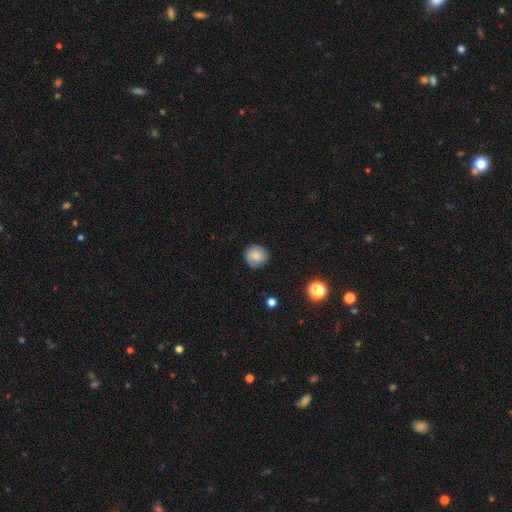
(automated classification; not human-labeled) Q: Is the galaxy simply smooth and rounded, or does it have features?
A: smooth — 66%.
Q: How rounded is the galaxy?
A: round — 89%.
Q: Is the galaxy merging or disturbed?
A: none — 82%.